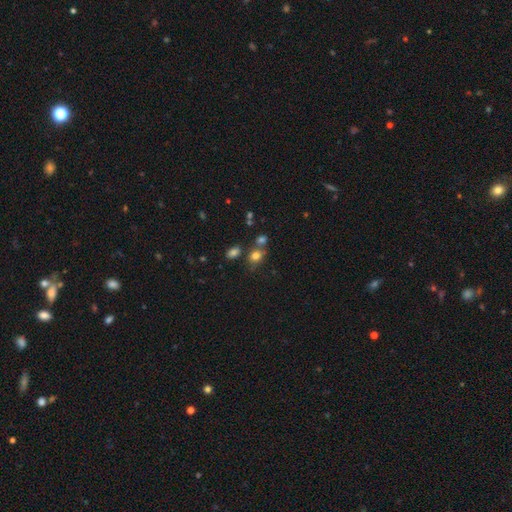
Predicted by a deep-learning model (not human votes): A smooth galaxy with no disk features (77%) that is round (49%, tied with in between). Merging: none (59%).